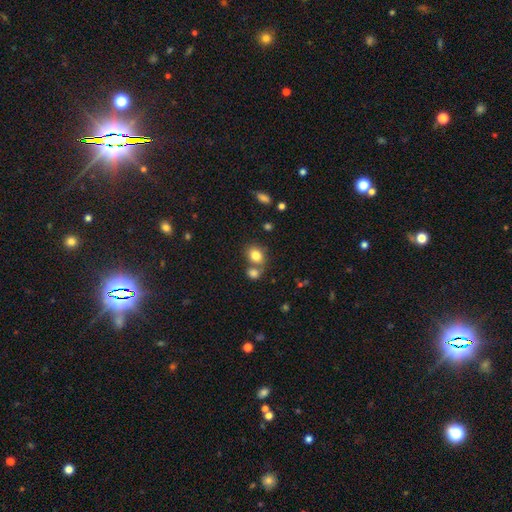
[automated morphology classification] smooth-or-featured: smooth: 82% | star or artifact: 10% | featured or disk: 8%
  how-rounded: in between: 50% | round: 49% | cigar-shaped: 1%
  merging: none: 52% | merger: 34% | minor disturbance: 11% | major disturbance: 4%